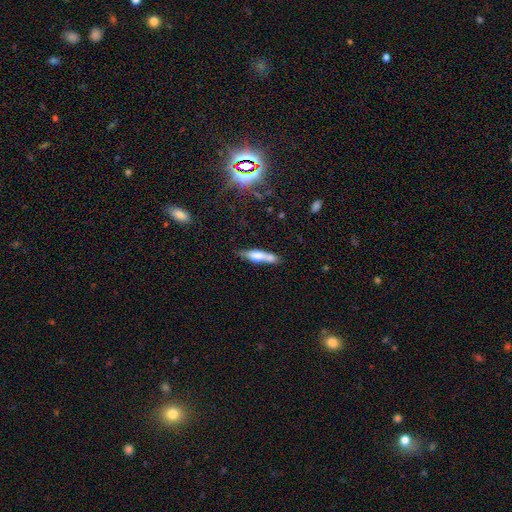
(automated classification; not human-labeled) Smooth or featured: smooth — 53% (featured or disk — 39%)
How rounded: cigar-shaped — 70% (in between — 27%)
Merging: none — 49% (merger — 25%)